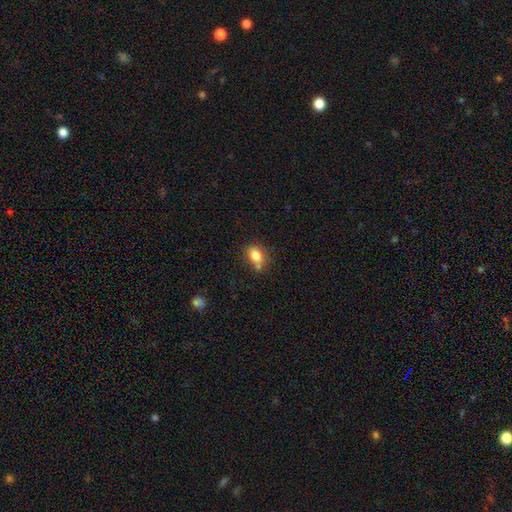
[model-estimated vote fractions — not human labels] This is clearly a smooth galaxy (81%). How rounded: likely in between (76%). Merging: possibly none (58%).